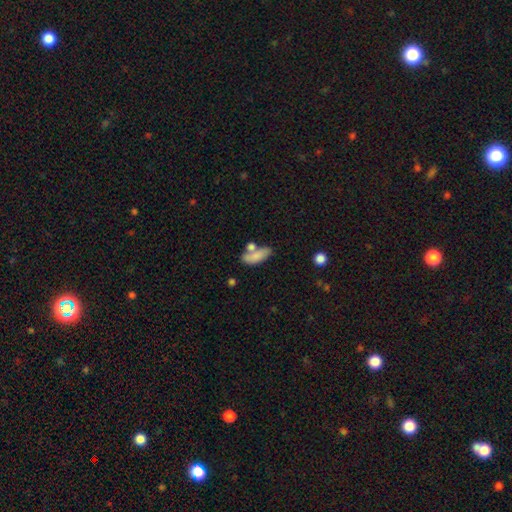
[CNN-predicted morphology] smooth_or_featured: smooth (p=0.78) [alt: featured or disk p=0.15]
how_rounded: in between (p=0.76) [alt: cigar-shaped p=0.20]
merging: none (p=0.44) [alt: merger p=0.31]